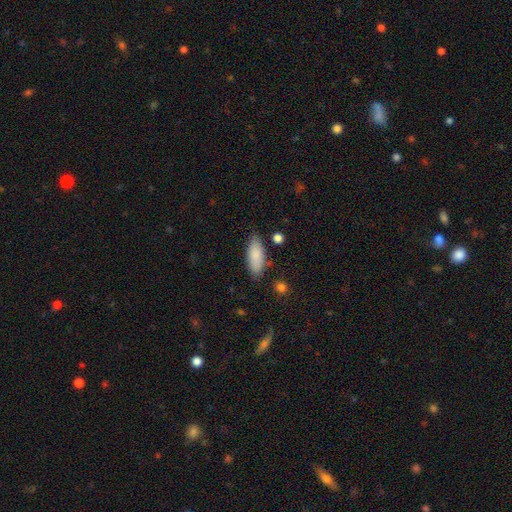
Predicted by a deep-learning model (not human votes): Smooth or featured? smooth (86%)
How rounded? in between (76%)
Merging? none (81%)